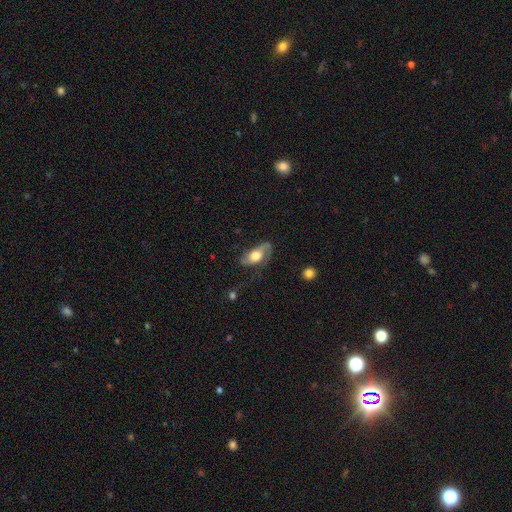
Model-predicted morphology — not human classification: This appears to be a featured or disk galaxy (51%). Merging: none (44%).